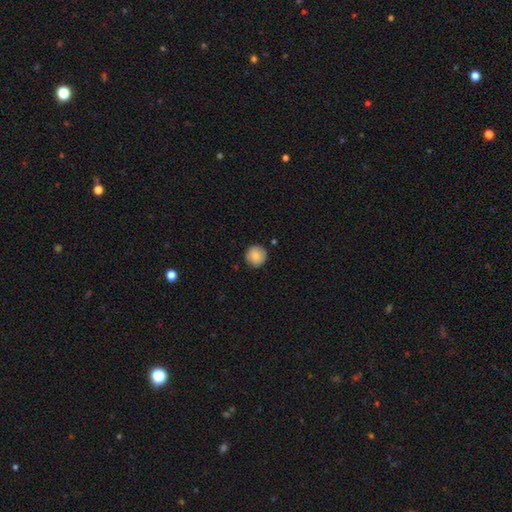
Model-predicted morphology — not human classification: type=smooth (82%); roundness=round (95%); merging=none (88%).